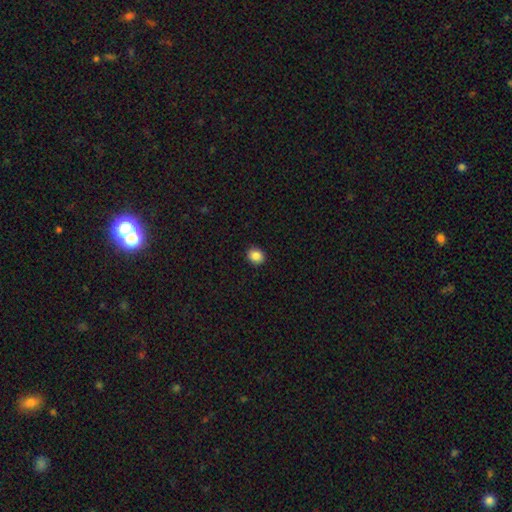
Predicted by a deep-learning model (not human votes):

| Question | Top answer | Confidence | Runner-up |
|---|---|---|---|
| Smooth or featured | smooth | 86% | star or artifact (9%) |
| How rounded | round | 70% | in between (29%) |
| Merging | none | 92% | minor disturbance (6%) |